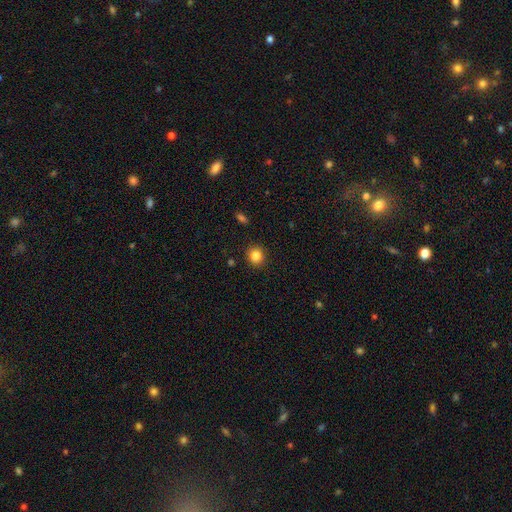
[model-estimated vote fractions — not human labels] A smooth galaxy with no disk features (85%) that is round (86%). Merging: none (90%).